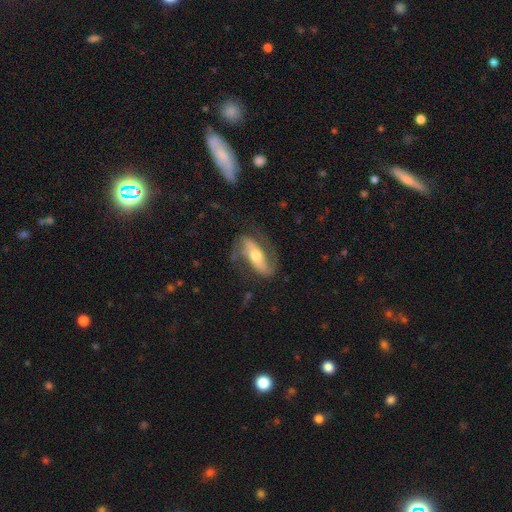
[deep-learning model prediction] This appears to be a featured or disk galaxy (79%) with a strong bar (45%), 2 (89%) medium (42%) spiral arms (91%) and a moderate central bulge (66%). Merging: none (70%).